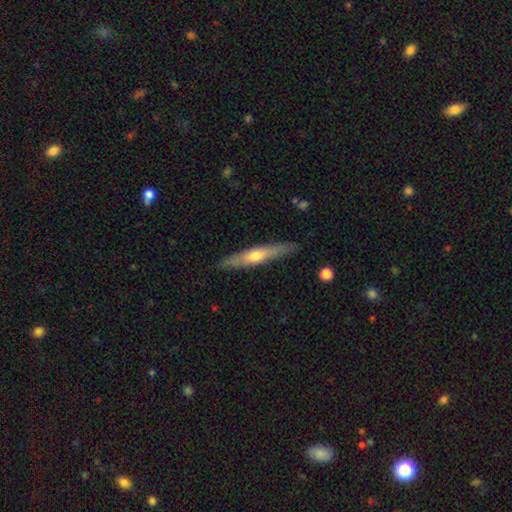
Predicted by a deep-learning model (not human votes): Overall: featured or disk (52%; smooth 43%). Edge-on disk: yes (91%). Merging: none (88%).